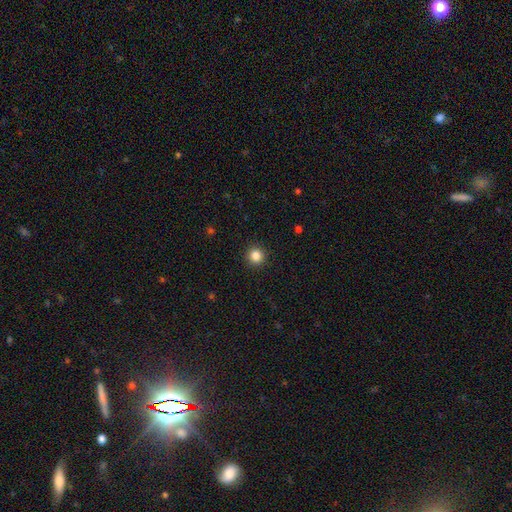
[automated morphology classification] The model was most divided on "smooth or featured": smooth: 85%, star or artifact: 11%, featured or disk: 4%. More confident: how rounded — round (95%); merging — none (92%).